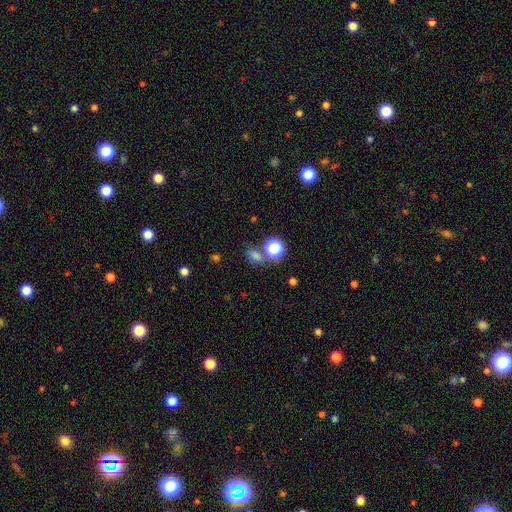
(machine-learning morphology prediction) Smooth or featured? smooth (66%)
How rounded? in between (58%)
Merging? none (65%)